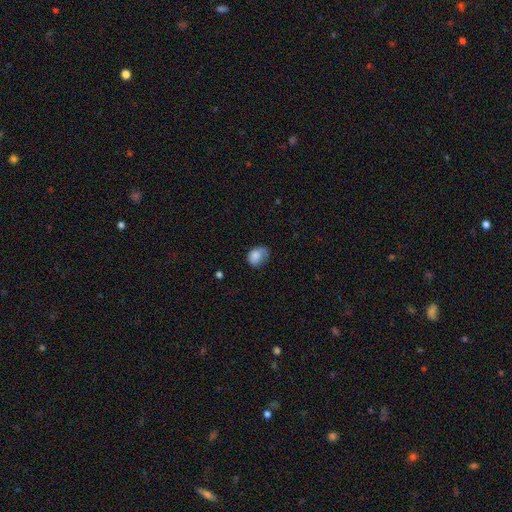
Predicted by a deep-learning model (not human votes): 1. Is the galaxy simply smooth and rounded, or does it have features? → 81% smooth, 11% featured or disk, 8% star or artifact.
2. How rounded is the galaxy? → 69% in between, 30% round, 1% cigar-shaped.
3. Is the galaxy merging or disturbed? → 44% none, 39% minor disturbance, 15% major disturbance, 2% merger.